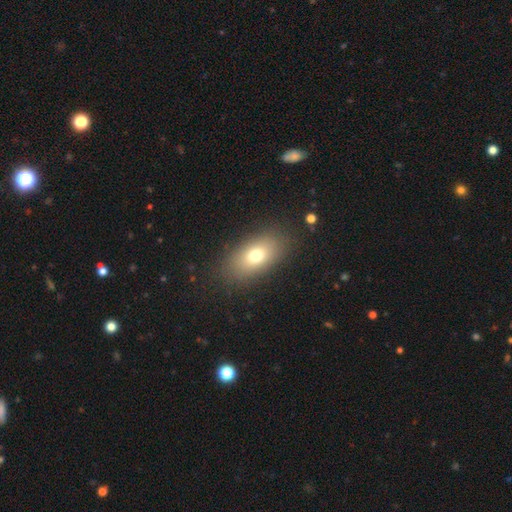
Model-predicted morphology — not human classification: This appears to be a smooth galaxy with no disk features (71%) that is in between round and cigar-shaped (86%). Merging: none (85%).